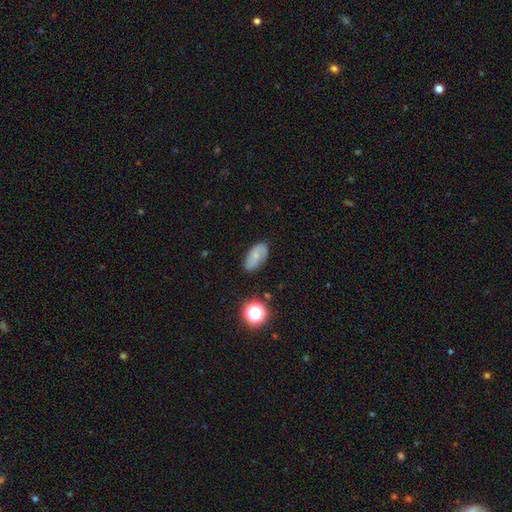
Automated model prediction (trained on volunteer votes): A smooth galaxy with no disk features (60%) that is in between round and cigar-shaped (89%). Merging: none (75%).